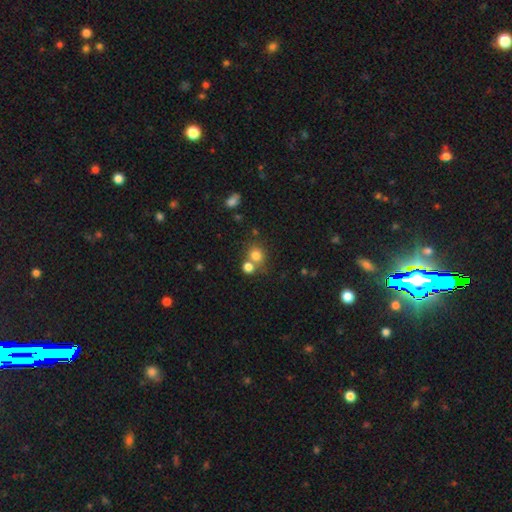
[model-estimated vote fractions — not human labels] Smooth or featured: smooth — 77% (star or artifact — 14%)
How rounded: round — 81% (in between — 18%)
Merging: none — 55% (merger — 32%)